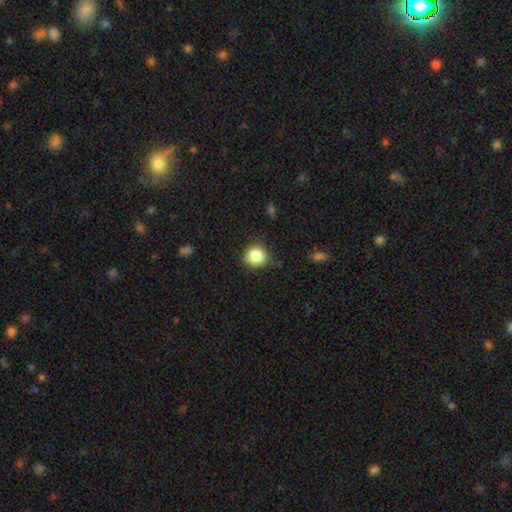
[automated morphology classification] type=smooth (84%); roundness=round (90%); merging=none (79%).